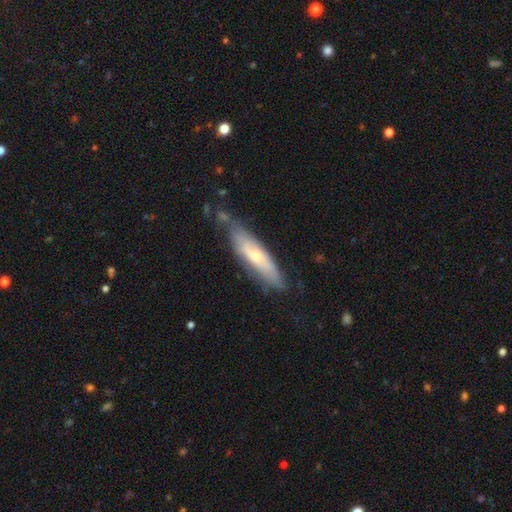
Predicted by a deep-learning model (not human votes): Overall: featured or disk (50%; smooth 43%). Edge-on disk: no (51%; yes 49%). Merging: none (61%; minor disturbance 27%).